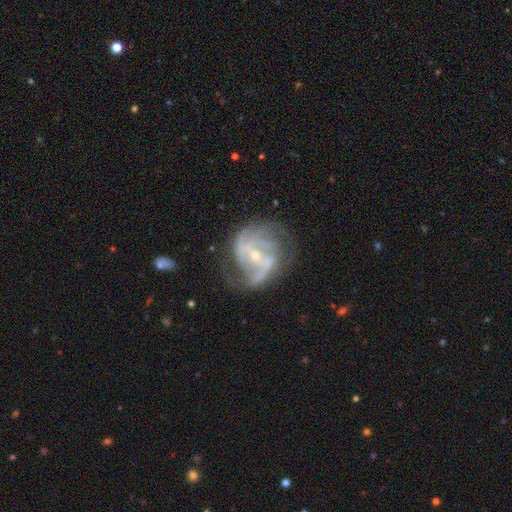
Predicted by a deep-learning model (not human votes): A featured or disk galaxy (88%) with a weak bar (41%), 2 (50%) medium (48%) spiral arms (95%) and a small central bulge (69%).

Vote fractions:
- Smooth or featured? featured or disk: 88% / star or artifact: 6% / smooth: 6%
- Edge-on disk? no: 97% / yes: 3%
- Bar? weak: 41% / strong: 34% / no: 25%
- Spiral arms? yes: 95% / no: 5%
- Spiral winding? medium: 48% / loose: 26% / tight: 26%
- Spiral arm count? 2: 50% / 3: 19% / can't tell: 16% / 4: 6% / 1: 5% / more than 4: 4%
- Bulge size? small: 69% / moderate: 27% / none: 1% / large: 1% / dominant: 1%
- Merging? none: 60% / minor disturbance: 21% / major disturbance: 16% / merger: 2%